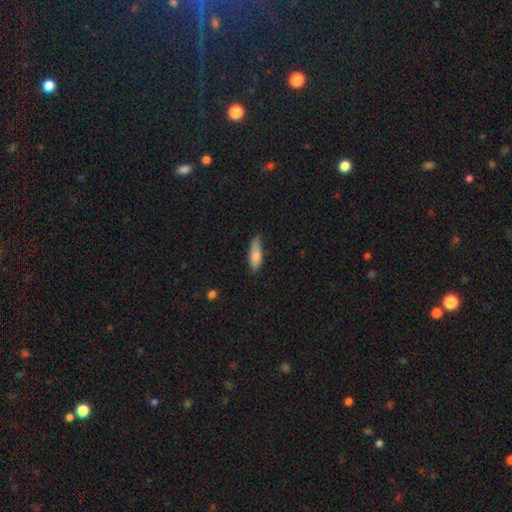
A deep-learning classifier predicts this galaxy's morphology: Smooth or featured? Predicted: smooth (p=0.81). How rounded? Predicted: in between (p=0.58). Merging? Predicted: none (p=0.62).